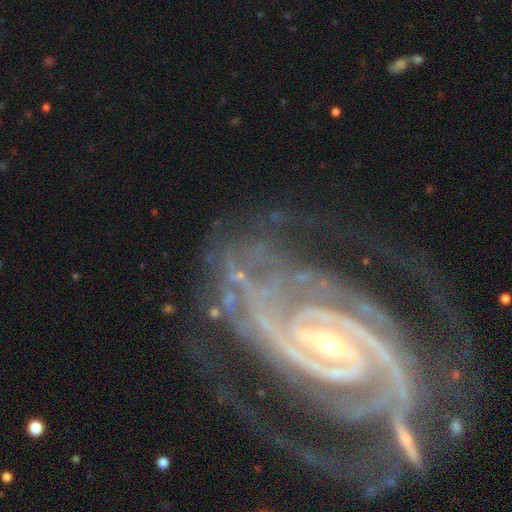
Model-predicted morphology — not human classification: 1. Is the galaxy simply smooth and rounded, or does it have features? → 93% featured or disk, 5% star or artifact, 3% smooth.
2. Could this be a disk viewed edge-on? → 97% no, 3% yes.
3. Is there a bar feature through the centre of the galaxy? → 44% strong, 33% weak, 23% no.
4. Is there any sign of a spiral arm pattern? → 98% yes, 2% no.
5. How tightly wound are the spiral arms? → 70% tight, 25% medium, 5% loose.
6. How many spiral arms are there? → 52% 2, 15% 3, 11% can't tell, 8% 4, 7% more than 4, 7% 1.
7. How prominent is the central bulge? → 60% small, 36% moderate, 2% large, 1% none, 1% dominant.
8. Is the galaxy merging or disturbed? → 62% none, 19% minor disturbance, 16% major disturbance, 4% merger.